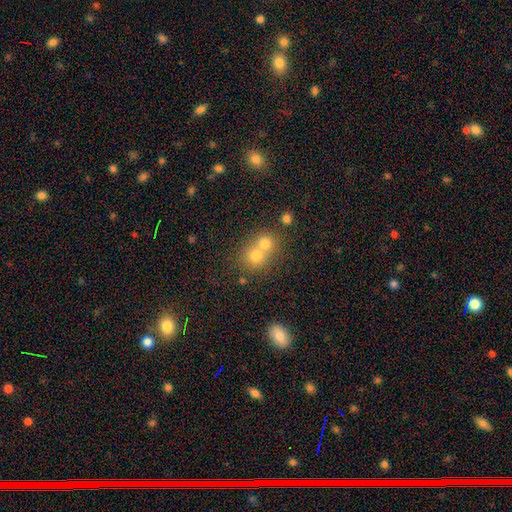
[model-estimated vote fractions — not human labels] Overall: smooth (72%). How rounded: round (82%). Merging: merger (57%; none 36%).